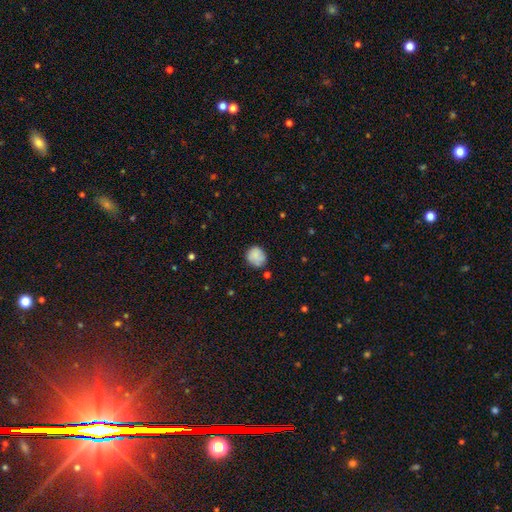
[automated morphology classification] Smooth or featured?
  - smooth: 82% *
  - featured or disk: 9%
  - star or artifact: 8%
How rounded?
  - round: 79% *
  - in between: 20%
  - cigar-shaped: 1%
Merging?
  - none: 67% *
  - minor disturbance: 22%
  - major disturbance: 6%
  - merger: 5%